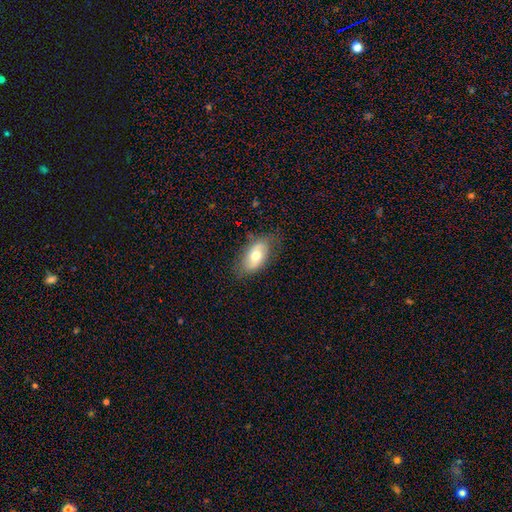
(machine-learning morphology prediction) Smooth or featured? smooth (58%)
How rounded? in between (92%)
Merging? none (76%)